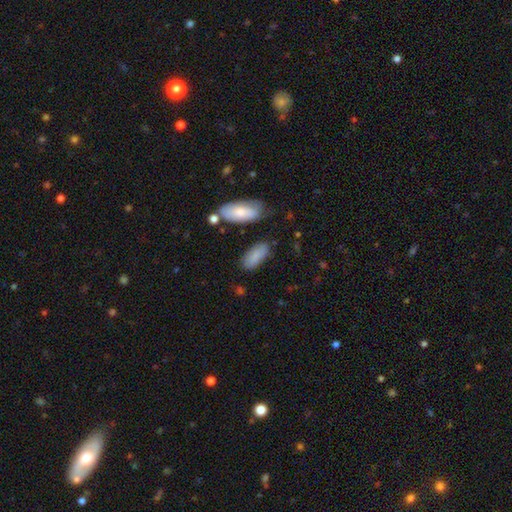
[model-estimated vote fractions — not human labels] Smooth or featured? Predicted: smooth (p=0.85). How rounded? Predicted: in between (p=0.84). Merging? Predicted: none (p=0.74).